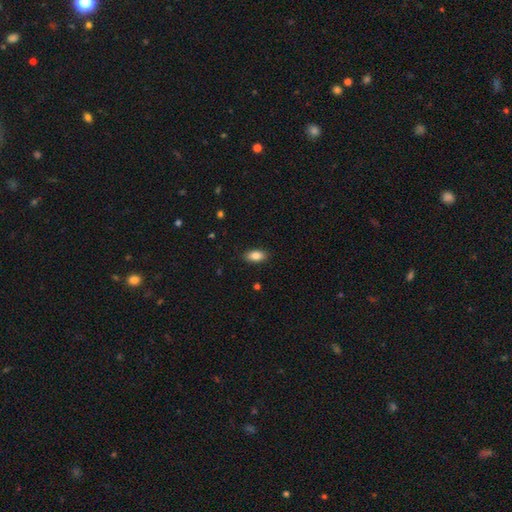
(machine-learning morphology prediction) smooth_or_featured: smooth (p=0.85) [alt: star or artifact p=0.08]
how_rounded: in between (p=0.91) [alt: round p=0.05]
merging: none (p=0.88) [alt: minor disturbance p=0.09]